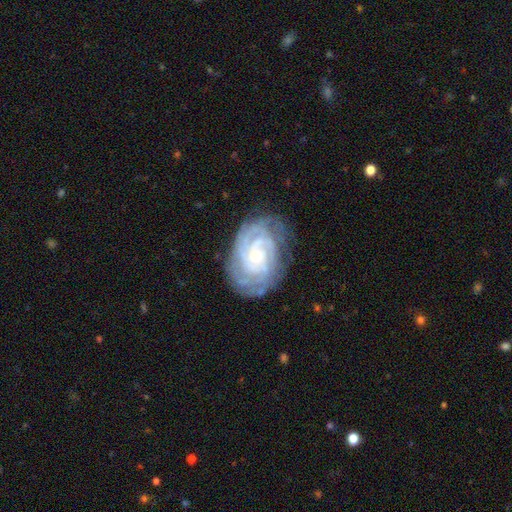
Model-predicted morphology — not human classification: Smooth or featured? featured or disk (86%)
Edge-on disk? no (97%)
Bar? no (69%)
Spiral arms? yes (97%)
Spiral winding? tight (77%)
Spiral arm count? can't tell (33%)
Bulge size? small (69%)
Merging? none (76%)